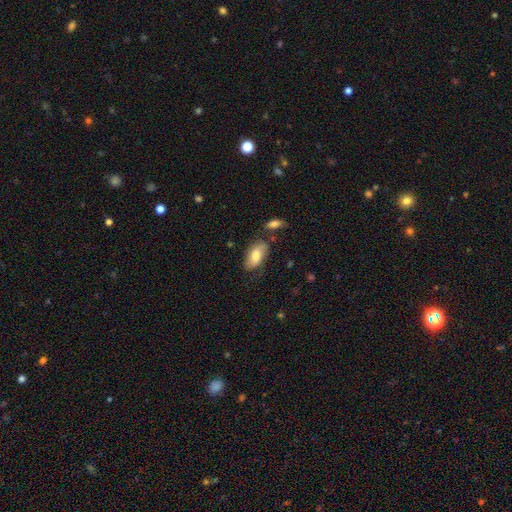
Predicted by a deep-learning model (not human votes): This is likely a smooth galaxy (75%). How rounded: clearly in between (92%). Merging: likely none (64%).